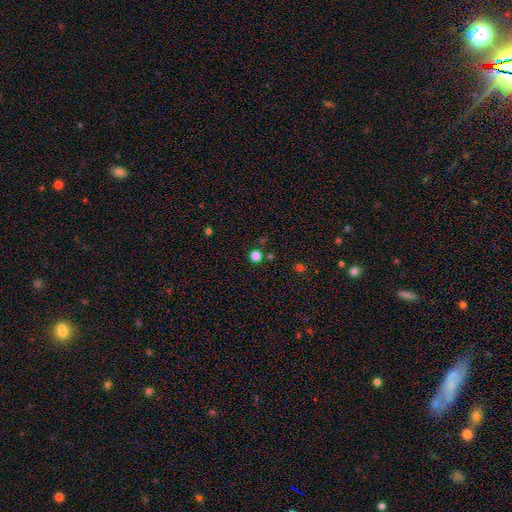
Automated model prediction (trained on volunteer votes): smooth_or_featured: smooth (p=0.80) [alt: star or artifact p=0.16]
how_rounded: round (p=0.92) [alt: in between p=0.07]
merging: none (p=0.85) [alt: minor disturbance p=0.06]